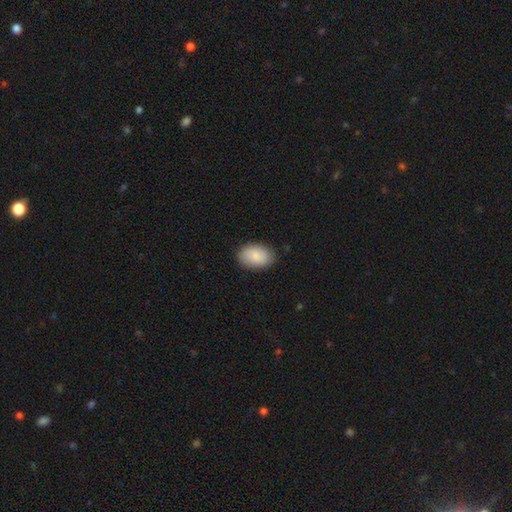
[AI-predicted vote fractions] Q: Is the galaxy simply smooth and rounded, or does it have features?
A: smooth — 83%.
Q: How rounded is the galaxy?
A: in between — 89%.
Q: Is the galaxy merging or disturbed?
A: none — 86%.